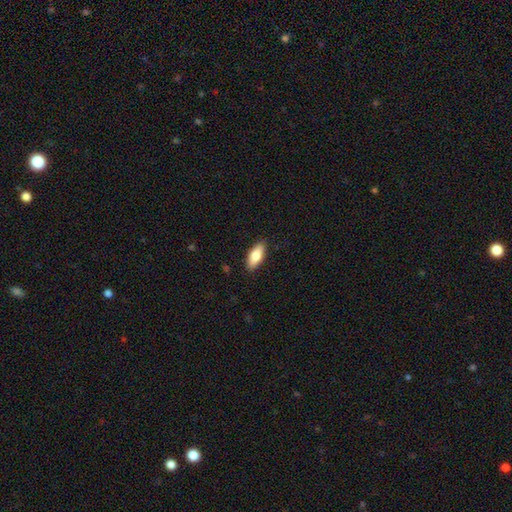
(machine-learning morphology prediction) Q: Smooth or featured?
A: smooth (78%); runner-up: featured or disk (16%)
Q: How rounded?
A: in between (79%); runner-up: cigar-shaped (19%)
Q: Merging?
A: none (88%); runner-up: minor disturbance (9%)